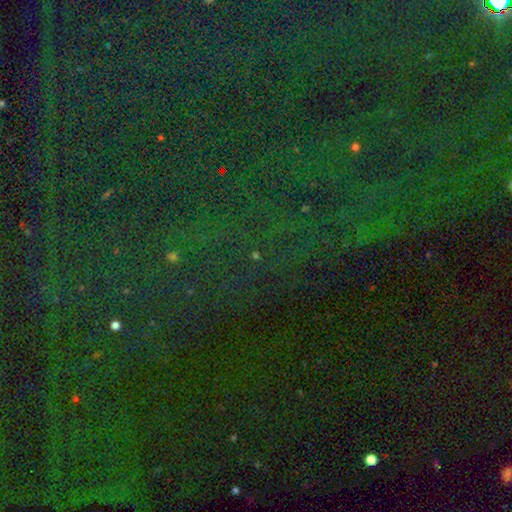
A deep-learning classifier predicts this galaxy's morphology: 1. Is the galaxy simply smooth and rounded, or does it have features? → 78% star or artifact, 13% smooth, 9% featured or disk.